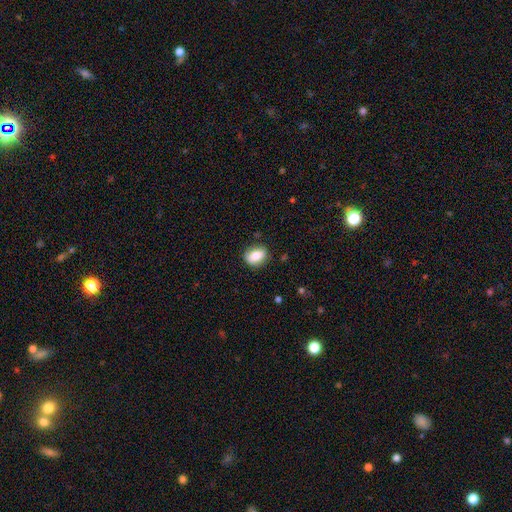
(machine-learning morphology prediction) Overall: smooth (75%). How rounded: in between (66%; round 32%). Merging: none (81%).